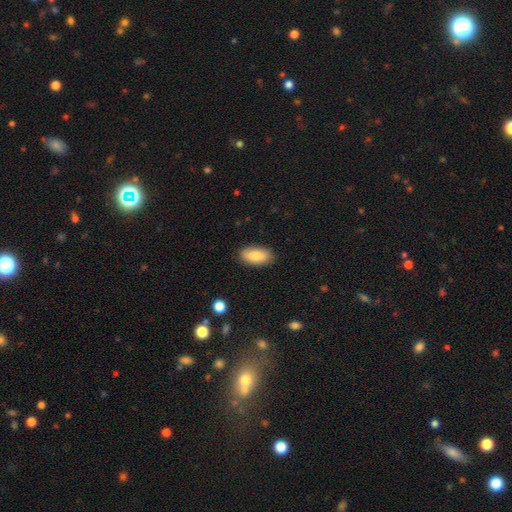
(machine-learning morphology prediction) The model was most divided on "smooth or featured": smooth: 81%, featured or disk: 13%, star or artifact: 6%. More confident: how rounded — in between (92%); merging — none (87%).